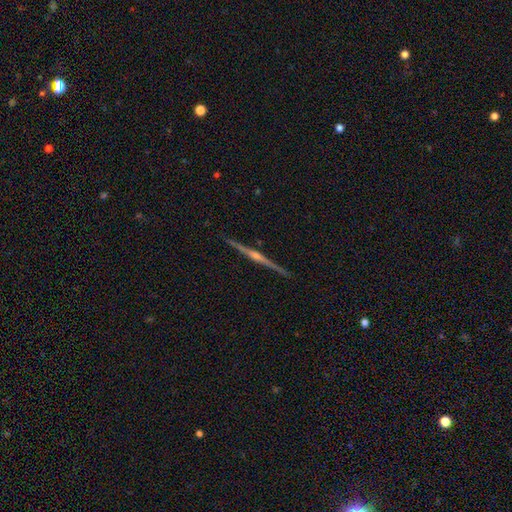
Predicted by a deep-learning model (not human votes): Smooth or featured?
  - featured or disk: 87% *
  - smooth: 7%
  - star or artifact: 5%
Edge-on disk?
  - yes: 99% *
  - no: 1%
Edge-on bulge?
  - rounded: 87% *
  - none: 7%
  - boxy: 6%
Merging?
  - none: 93% *
  - minor disturbance: 5%
  - major disturbance: 1%
  - merger: 1%